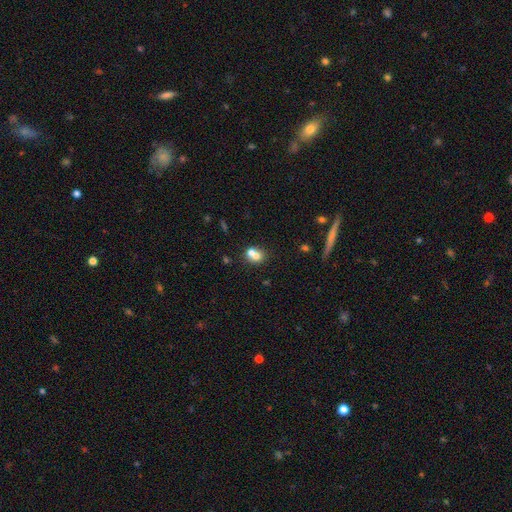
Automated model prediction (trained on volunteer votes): Smooth or featured? Predicted: smooth (p=0.69). How rounded? Predicted: round (p=0.61). Merging? Predicted: merger (p=0.60).